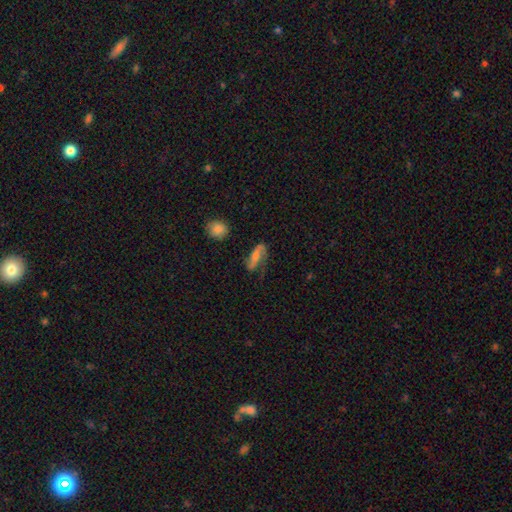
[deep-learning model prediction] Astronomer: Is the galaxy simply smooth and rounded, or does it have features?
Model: featured or disk — 65%.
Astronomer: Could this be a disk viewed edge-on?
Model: no — 91%.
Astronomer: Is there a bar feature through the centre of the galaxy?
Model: no — 39% (runner-up: weak, 35%).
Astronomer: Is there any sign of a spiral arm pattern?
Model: yes — 90%.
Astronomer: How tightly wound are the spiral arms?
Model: loose — 52% (runner-up: medium, 33%).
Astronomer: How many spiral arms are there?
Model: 2 — 80%.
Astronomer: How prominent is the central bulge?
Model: moderate — 44% (runner-up: small, 40%).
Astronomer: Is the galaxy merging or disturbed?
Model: none — 58%.